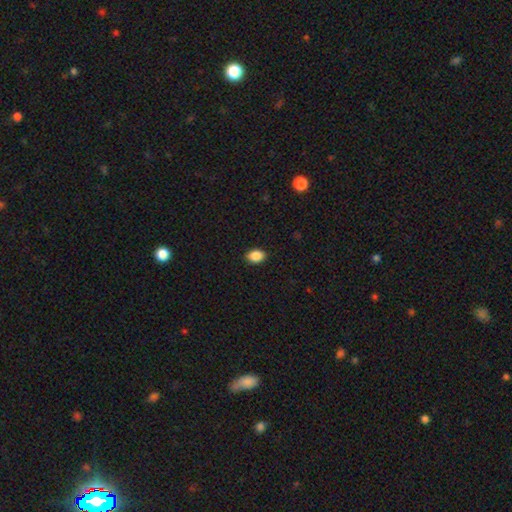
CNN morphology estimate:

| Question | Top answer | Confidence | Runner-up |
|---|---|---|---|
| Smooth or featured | smooth | 89% | star or artifact (8%) |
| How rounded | in between | 80% | round (19%) |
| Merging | none | 89% | minor disturbance (8%) |